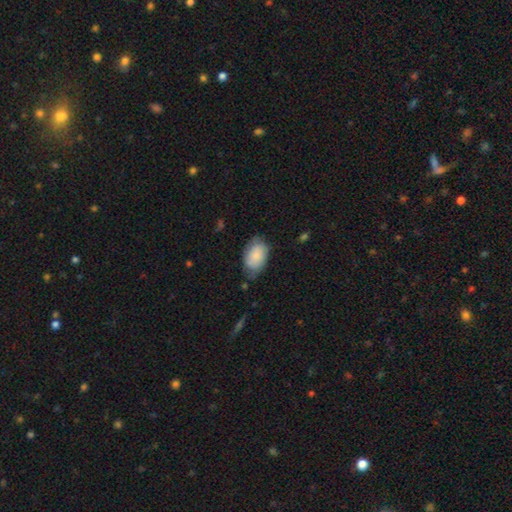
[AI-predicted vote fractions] Smooth or featured: smooth — 80% (featured or disk — 14%)
How rounded: in between — 90% (round — 8%)
Merging: none — 61% (minor disturbance — 30%)